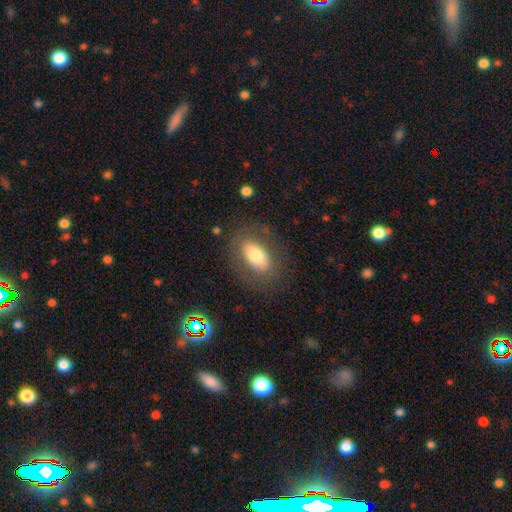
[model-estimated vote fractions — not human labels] The model was most divided on "smooth or featured": smooth: 66%, featured or disk: 26%, star or artifact: 7%. More confident: how rounded — in between (89%); merging — none (79%).